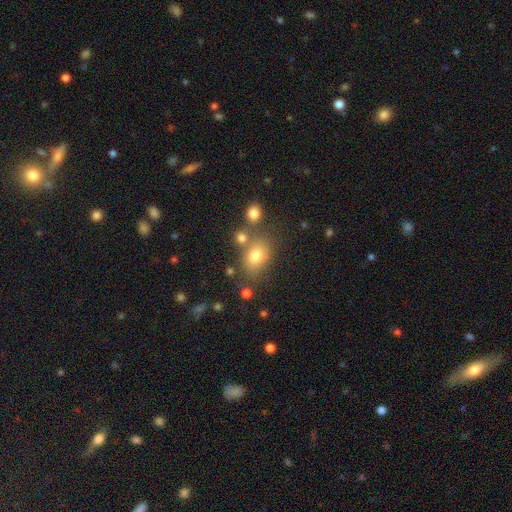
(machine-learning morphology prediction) The model was most divided on "how rounded": in between: 64%, round: 34%, cigar-shaped: 1%. More confident: smooth or featured — smooth (75%); merging — none (64%).